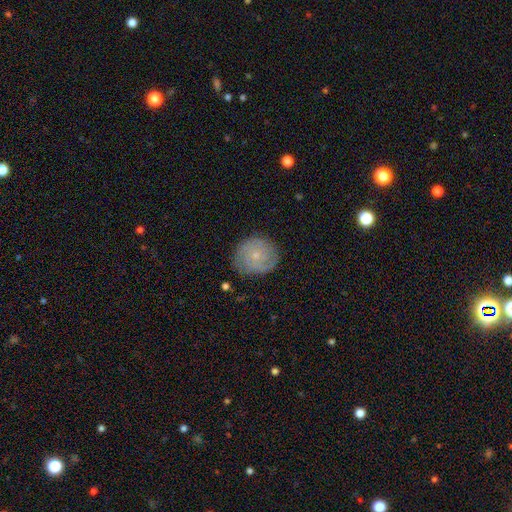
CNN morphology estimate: Smooth or featured?
  - featured or disk: 57% *
  - smooth: 35%
  - star or artifact: 7%
Edge-on disk?
  - no: 97% *
  - yes: 3%
Bar?
  - no: 83% *
  - weak: 15%
  - strong: 2%
Spiral arms?
  - yes: 84% *
  - no: 16%
Bulge size?
  - small: 74% *
  - moderate: 21%
  - none: 3%
  - large: 1%
  - dominant: 1%
Merging?
  - none: 78% *
  - minor disturbance: 16%
  - major disturbance: 5%
  - merger: 1%